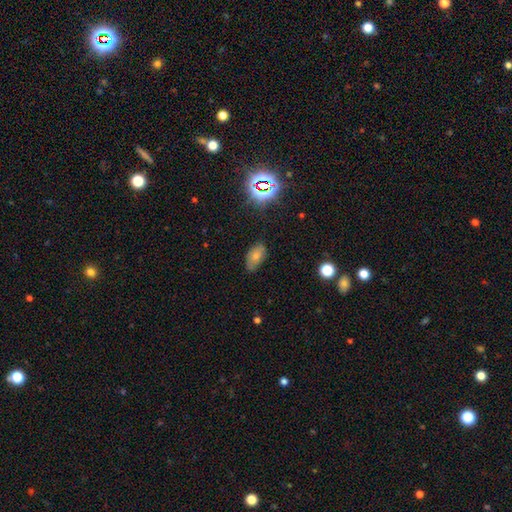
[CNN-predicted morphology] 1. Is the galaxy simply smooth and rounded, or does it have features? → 71% smooth, 15% star or artifact, 13% featured or disk.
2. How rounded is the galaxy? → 92% in between, 6% round, 3% cigar-shaped.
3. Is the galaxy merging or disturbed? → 74% none, 20% minor disturbance, 4% major disturbance, 2% merger.